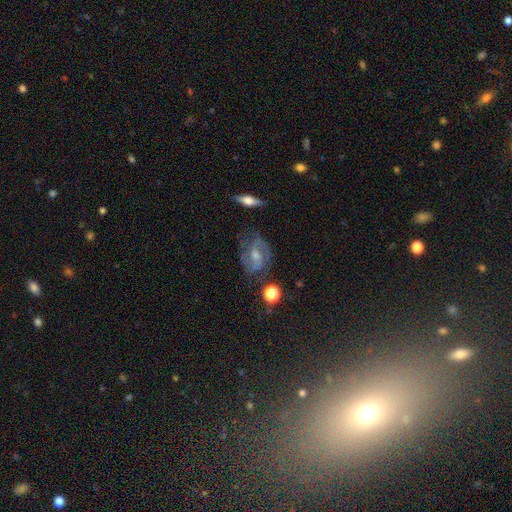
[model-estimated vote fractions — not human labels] smooth-or-featured: featured or disk: 75% | smooth: 12% | star or artifact: 12%
  disk-edge-on: no: 95% | yes: 5%
    bar: weak: 49% | no: 34% | strong: 16%
    has-spiral-arms: yes: 93% | no: 7%
      spiral-winding: medium: 49% | tight: 35% | loose: 16%
      spiral-arm-count: 2: 78% | can't tell: 11% | 3: 5% | 1: 3% | 4: 2% | more than 4: 2%
    bulge-size: moderate: 51% | small: 40% | large: 4% | none: 4% | dominant: 1%
  merging: none: 76% | minor disturbance: 15% | major disturbance: 6% | merger: 3%